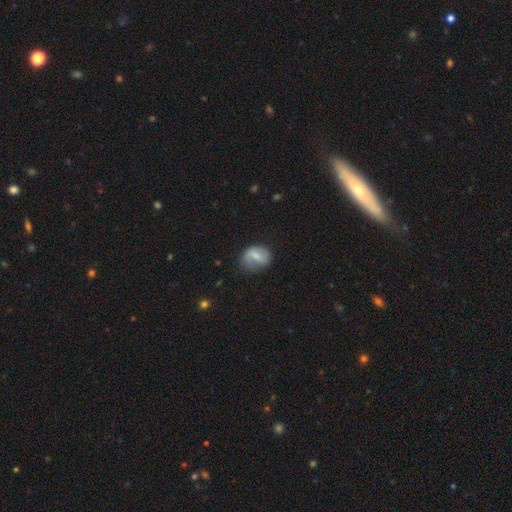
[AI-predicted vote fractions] Smooth or featured? Predicted: smooth (p=0.53). How rounded? Predicted: in between (p=0.58). Merging? Predicted: none (p=0.55).